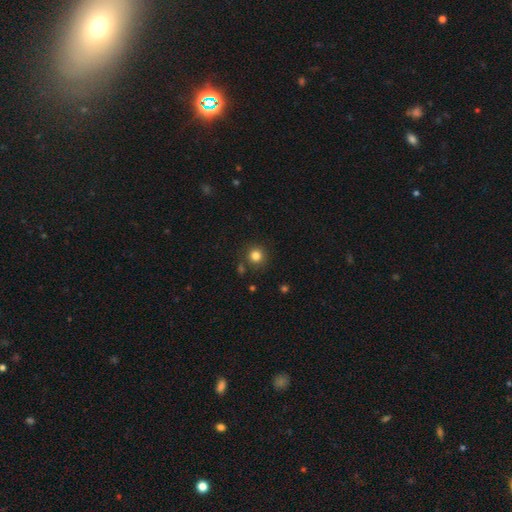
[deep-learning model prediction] Smooth or featured? Predicted: smooth (p=0.82). How rounded? Predicted: round (p=0.92). Merging? Predicted: none (p=0.84).